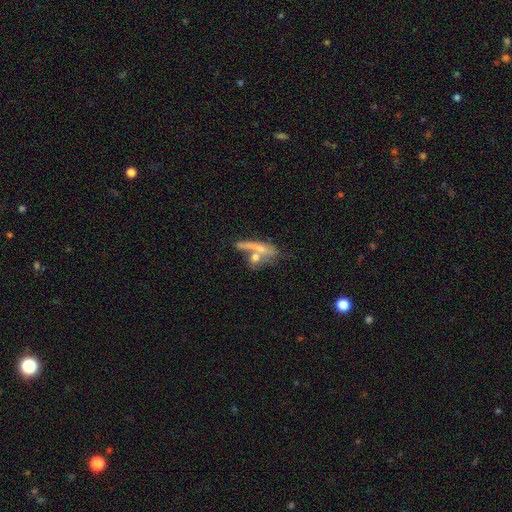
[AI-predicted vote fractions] smooth_or_featured: smooth (p=0.47) [alt: featured or disk p=0.42]
merging: merger (p=0.42) [alt: none p=0.34]